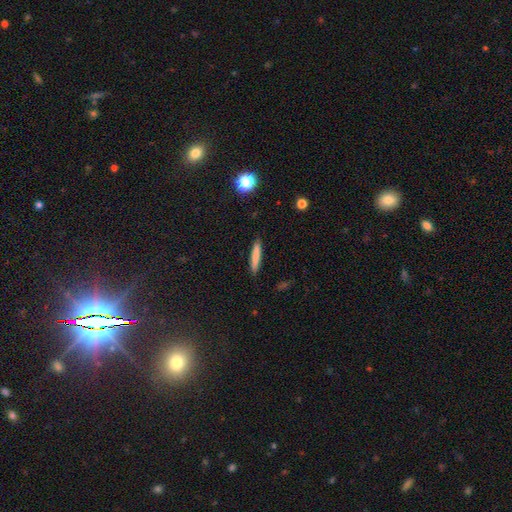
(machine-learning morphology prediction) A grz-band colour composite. It shows a smooth galaxy with no disk features (79%) that is cigar-shaped (93%). Merging: none (89%).